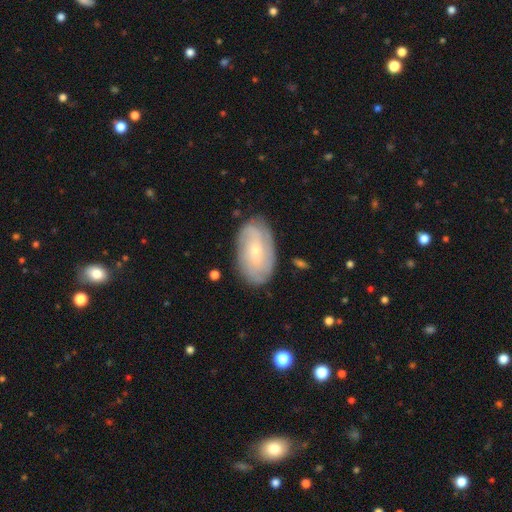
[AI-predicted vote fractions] Overall: featured or disk (64%; smooth 27%). Edge-on disk: no (94%). Bar: no (59%; weak 33%). Spiral arms: yes (85%). Spiral arm count: can't tell (46%; 2 28%). Spiral winding: tight (63%; medium 27%). Bulge size: small (71%). Merging: none (81%).